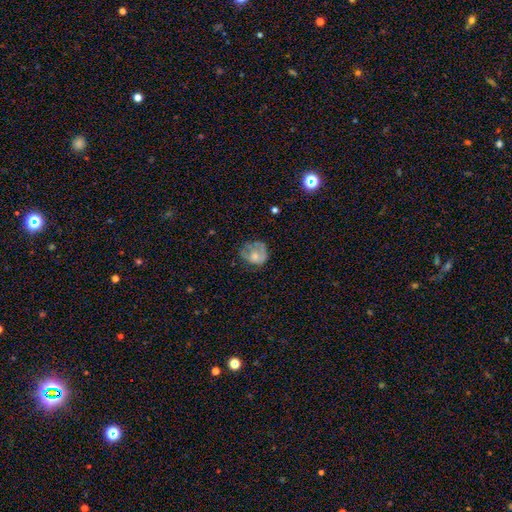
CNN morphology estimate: The model was most divided on "merging": none: 39%, minor disturbance: 30%, major disturbance: 29%, merger: 3%. More confident: how rounded — round (69%); smooth or featured — smooth (58%).